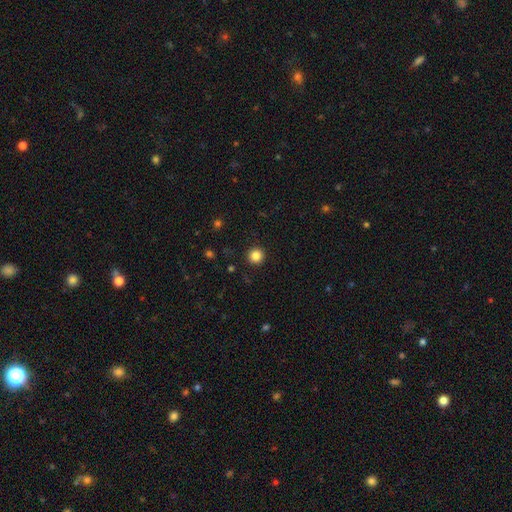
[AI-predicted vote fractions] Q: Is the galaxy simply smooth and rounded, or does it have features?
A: smooth — 84%.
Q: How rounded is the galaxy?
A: round — 95%.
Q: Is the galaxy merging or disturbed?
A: none — 93%.